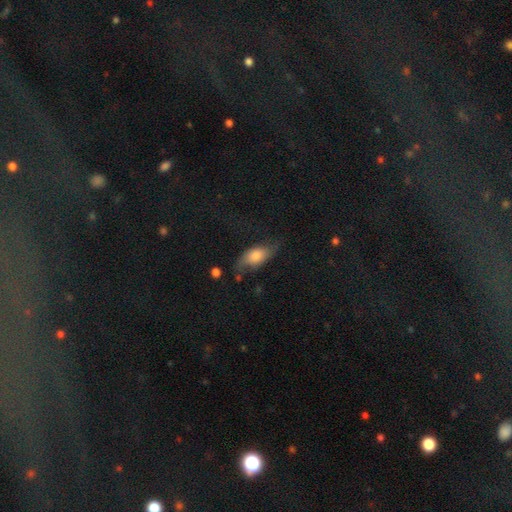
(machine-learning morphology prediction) Smooth or featured: smooth — 59% (featured or disk — 34%)
How rounded: in between — 84% (cigar-shaped — 10%)
Merging: none — 55% (minor disturbance — 29%)